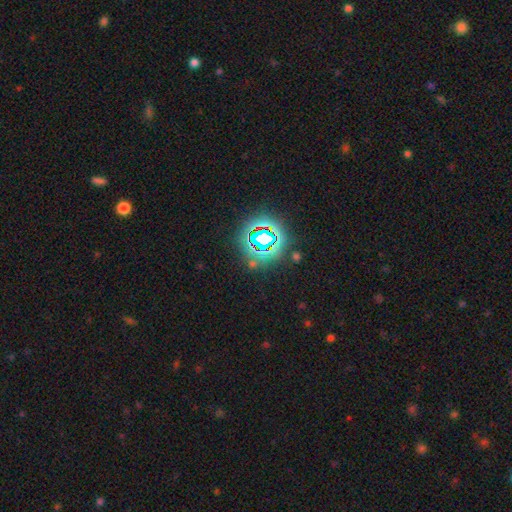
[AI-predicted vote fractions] Smooth or featured?
  - star or artifact: 80% *
  - smooth: 13%
  - featured or disk: 7%